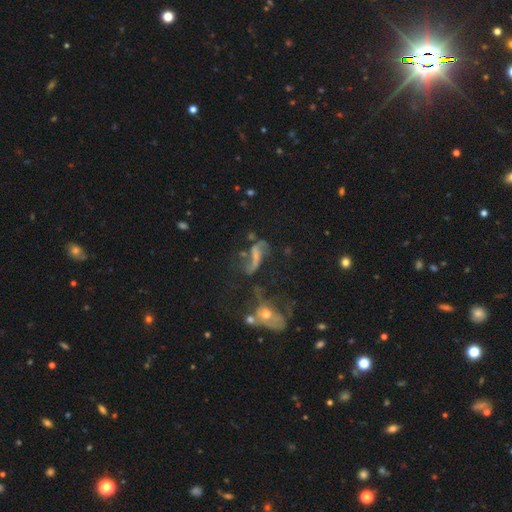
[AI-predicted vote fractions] A featured or disk galaxy (61%) with no bar (44%), spiral arms (70%) and no central bulge (46%). Merging: none (35%).